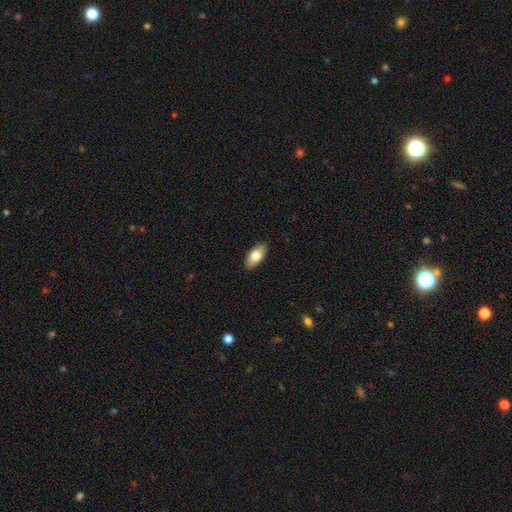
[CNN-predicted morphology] smooth-or-featured: smooth: 80% | featured or disk: 14% | star or artifact: 6%
  how-rounded: in between: 90% | cigar-shaped: 7% | round: 3%
  merging: none: 88% | minor disturbance: 9% | major disturbance: 2% | merger: 1%